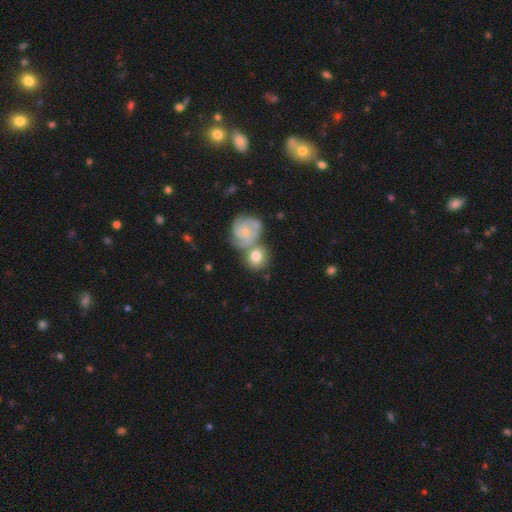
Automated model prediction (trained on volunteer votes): A smooth galaxy with no disk features (55%) that is round (77%). Merging: none (50%).